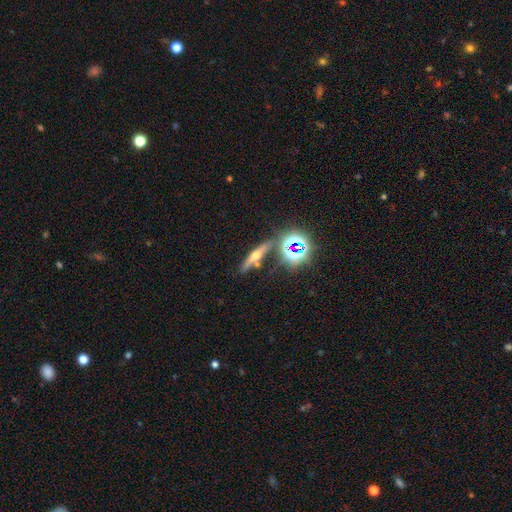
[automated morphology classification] The model was most divided on "smooth or featured": featured or disk: 50%, smooth: 29%, star or artifact: 21%. More confident: edge-on disk — yes (88%); merging — none (76%).